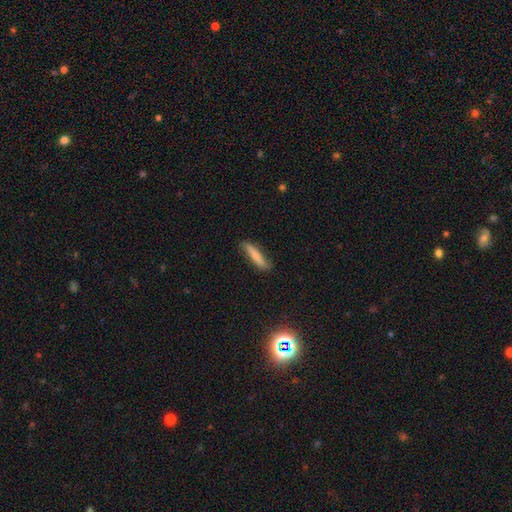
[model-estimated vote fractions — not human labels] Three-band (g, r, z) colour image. It shows a smooth galaxy with no disk features (70%) that is cigar-shaped (86%). Merging: none (81%).